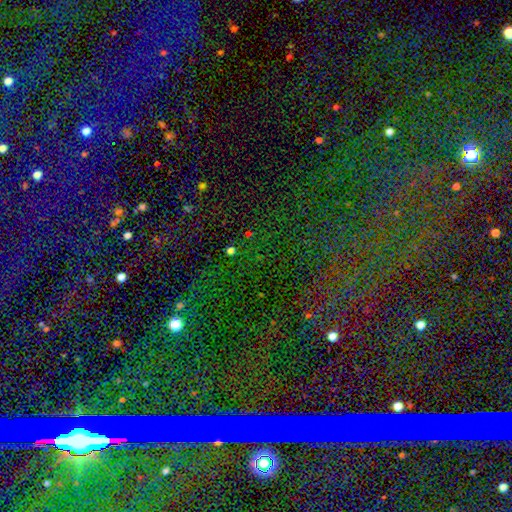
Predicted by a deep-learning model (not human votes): This is clearly a star or artifact rather than a galaxy (83%).